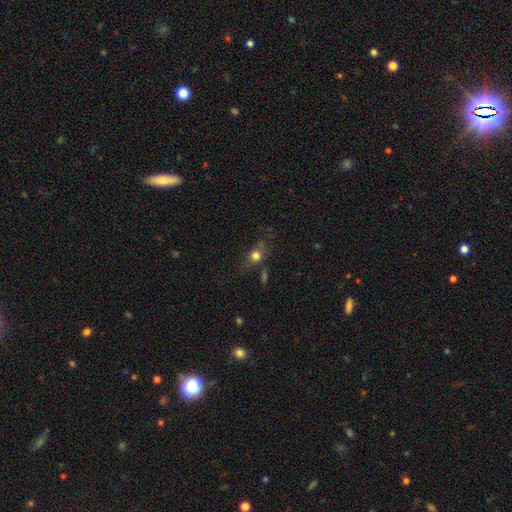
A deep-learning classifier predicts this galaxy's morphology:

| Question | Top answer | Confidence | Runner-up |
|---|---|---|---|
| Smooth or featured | smooth | 68% | featured or disk (17%) |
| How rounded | round | 53% | in between (40%) |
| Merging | none | 62% | minor disturbance (21%) |